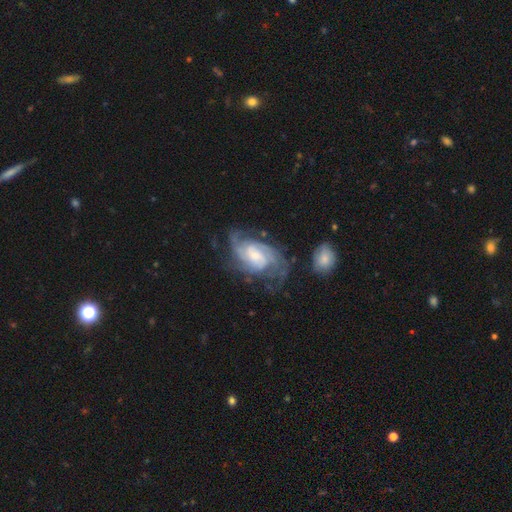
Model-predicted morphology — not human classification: A featured or disk galaxy (87%) with no bar (47%), 2 (29%) tight (44%) spiral arms (96%) and a small central bulge (55%).

Vote fractions:
- Smooth or featured? featured or disk: 87% / smooth: 8% / star or artifact: 5%
- Edge-on disk? no: 97% / yes: 3%
- Bar? no: 47% / weak: 43% / strong: 9%
- Spiral arms? yes: 96% / no: 4%
- Spiral winding? tight: 44% / medium: 43% / loose: 13%
- Spiral arm count? 2: 29% / can't tell: 25% / 3: 24% / 4: 12% / 1: 5% / more than 4: 5%
- Bulge size? small: 55% / moderate: 32% / large: 6% / none: 5% / dominant: 1%
- Merging? none: 58% / minor disturbance: 20% / major disturbance: 17% / merger: 4%